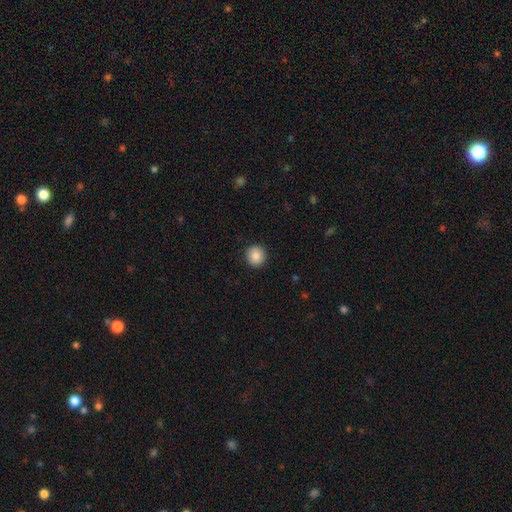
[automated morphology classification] Smooth or featured? smooth (86%)
How rounded? round (92%)
Merging? none (92%)